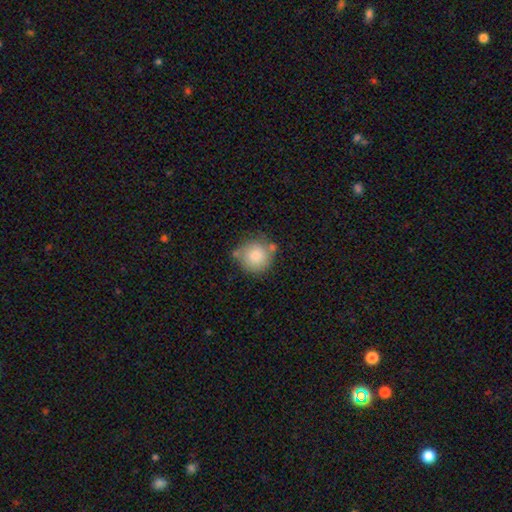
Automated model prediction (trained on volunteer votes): Q: Smooth or featured?
A: smooth (81%); runner-up: featured or disk (12%)
Q: How rounded?
A: round (91%); runner-up: in between (8%)
Q: Merging?
A: none (63%); runner-up: minor disturbance (20%)